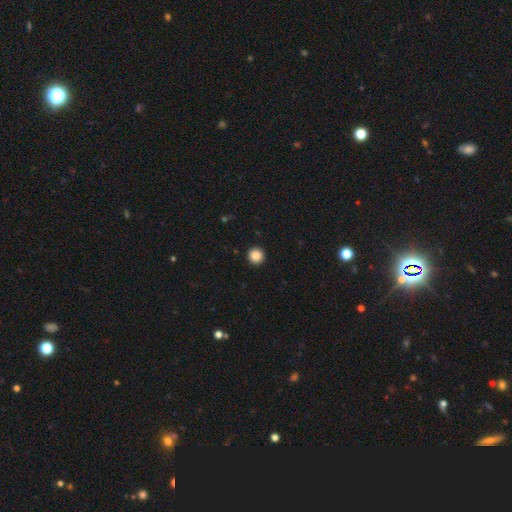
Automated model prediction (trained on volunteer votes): Smooth or featured? smooth (87%)
How rounded? round (96%)
Merging? none (94%)